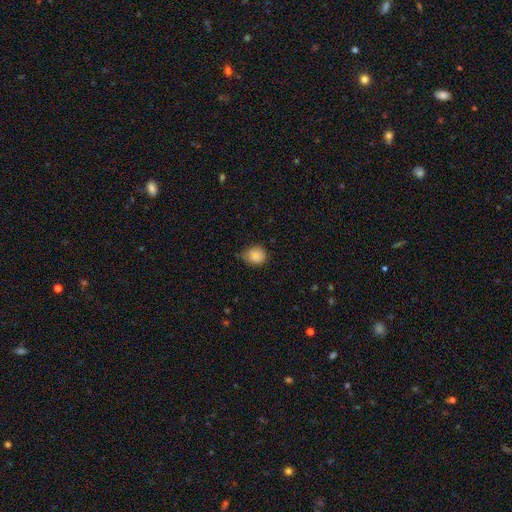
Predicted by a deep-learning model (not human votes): This appears to be a smooth galaxy with no disk features (86%) that is round (74%). Merging: none (55%).